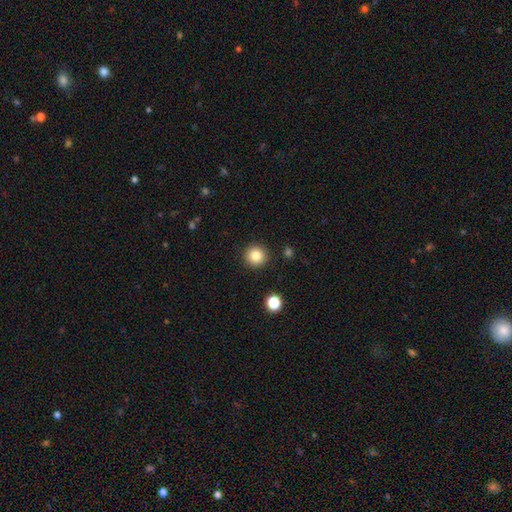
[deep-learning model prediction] A smooth galaxy with no disk features (83%) that is round (94%).

Vote fractions:
- Smooth or featured? smooth: 83% / star or artifact: 11% / featured or disk: 6%
- How rounded? round: 94% / in between: 5% / cigar-shaped: 1%
- Merging? none: 91% / minor disturbance: 6% / major disturbance: 2% / merger: 2%